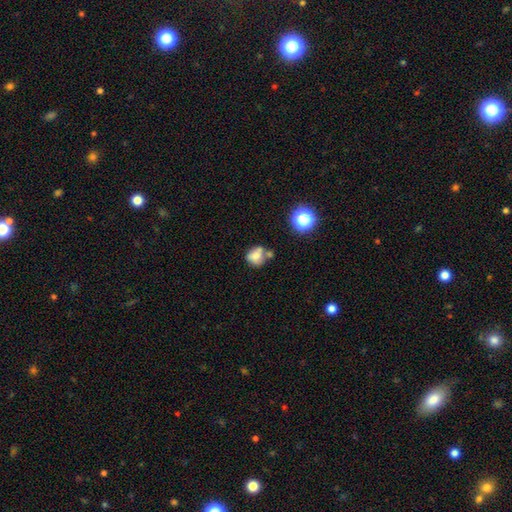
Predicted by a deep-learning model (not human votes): smooth-or-featured: smooth: 71% | featured or disk: 16% | star or artifact: 12%
  how-rounded: round: 69% | in between: 30% | cigar-shaped: 1%
  merging: none: 42% | merger: 31% | minor disturbance: 19% | major disturbance: 9%